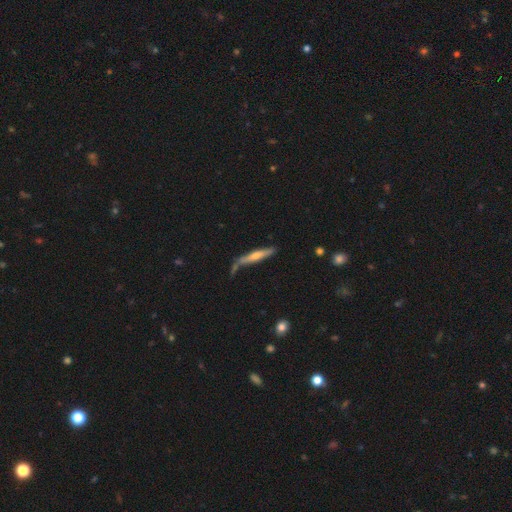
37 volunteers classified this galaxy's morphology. Smooth or featured? 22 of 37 (59%) said smooth. How rounded? 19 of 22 (86%) said cigar-shaped. Merging? 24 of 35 (69%) said none.